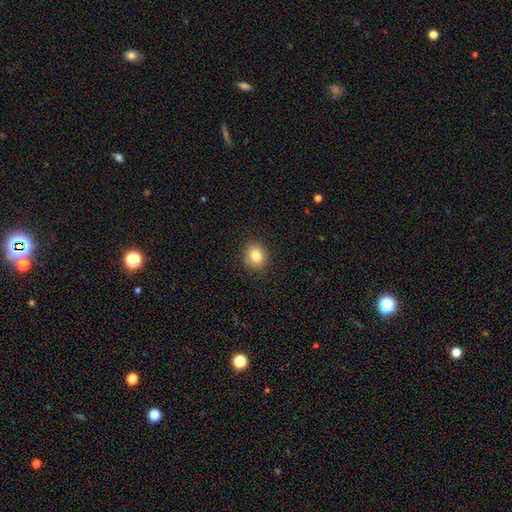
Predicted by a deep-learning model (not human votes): smooth-or-featured: smooth: 80% | star or artifact: 10% | featured or disk: 9%
  how-rounded: round: 63% | in between: 36% | cigar-shaped: 1%
  merging: none: 86% | minor disturbance: 10% | major disturbance: 2% | merger: 2%